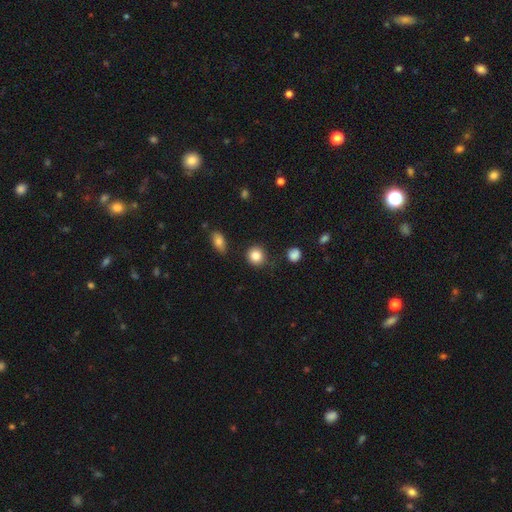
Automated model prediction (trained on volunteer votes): Overall: smooth (85%). How rounded: round (88%). Merging: none (86%).